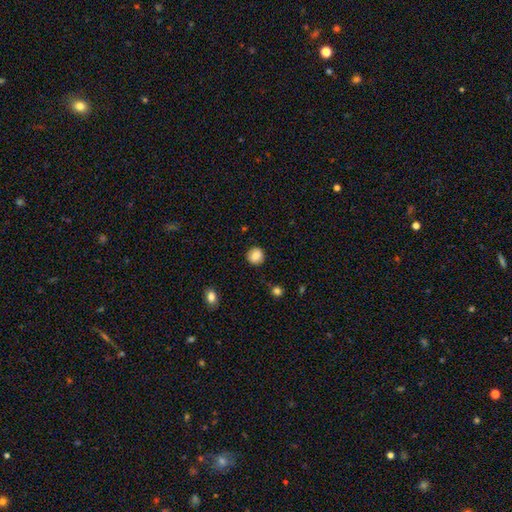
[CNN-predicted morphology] A smooth galaxy with no disk features (85%) that is round (89%). Merging: none (89%).